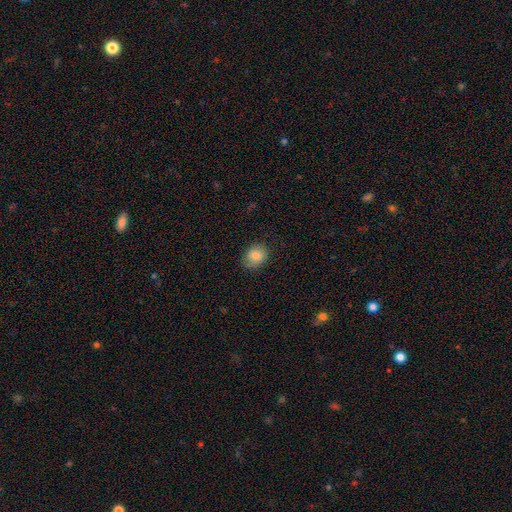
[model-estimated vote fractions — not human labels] This is clearly a smooth galaxy (84%). How rounded: possibly round (59%). Merging: clearly none (80%).